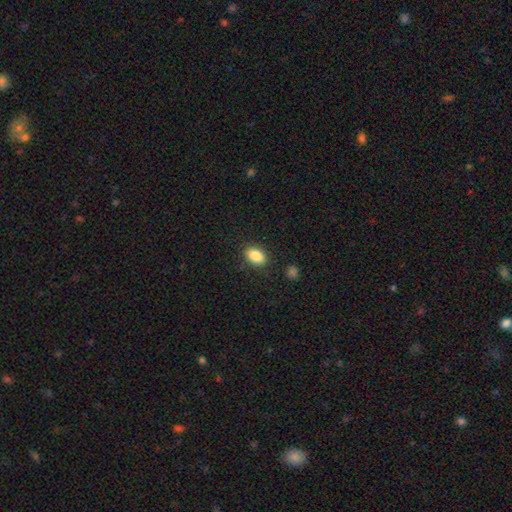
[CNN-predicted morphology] Smooth or featured?
  - smooth: 87% *
  - star or artifact: 8%
  - featured or disk: 5%
How rounded?
  - in between: 87% *
  - round: 12%
  - cigar-shaped: 2%
Merging?
  - none: 87% *
  - minor disturbance: 9%
  - major disturbance: 3%
  - merger: 2%